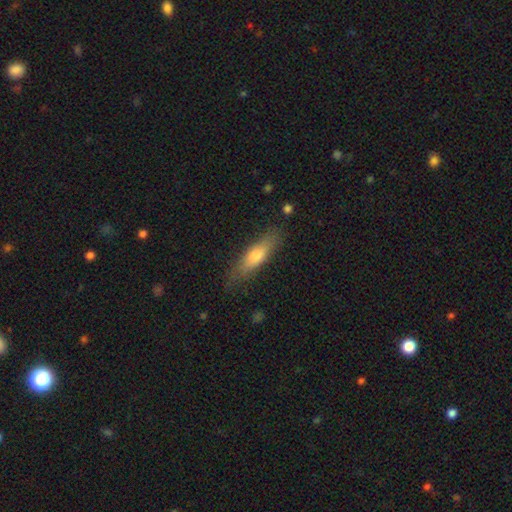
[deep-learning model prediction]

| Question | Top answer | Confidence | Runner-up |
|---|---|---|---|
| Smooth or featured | smooth | 69% | featured or disk (25%) |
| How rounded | cigar-shaped | 66% | in between (32%) |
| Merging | none | 79% | minor disturbance (16%) |